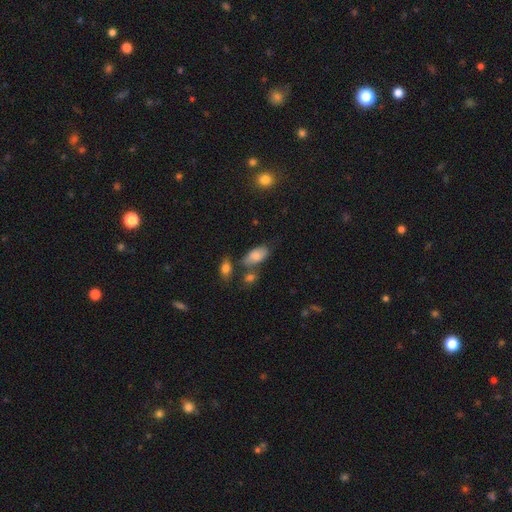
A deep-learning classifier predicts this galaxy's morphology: A smooth galaxy with no disk features (78%) that is in between round and cigar-shaped (93%). Merging: none (58%).